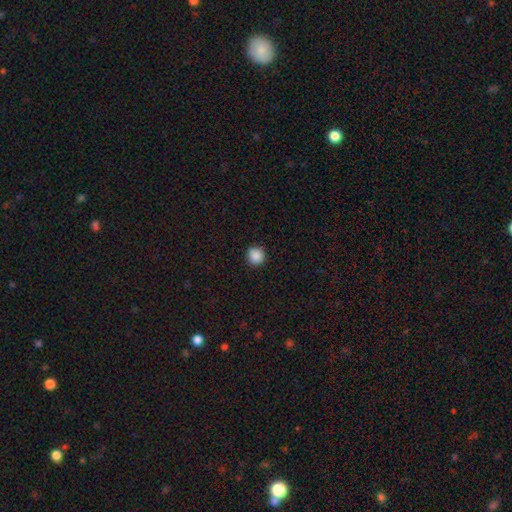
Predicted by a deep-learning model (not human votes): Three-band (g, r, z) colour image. It shows a smooth galaxy with no disk features (88%) that is round (93%). Merging: none (90%).